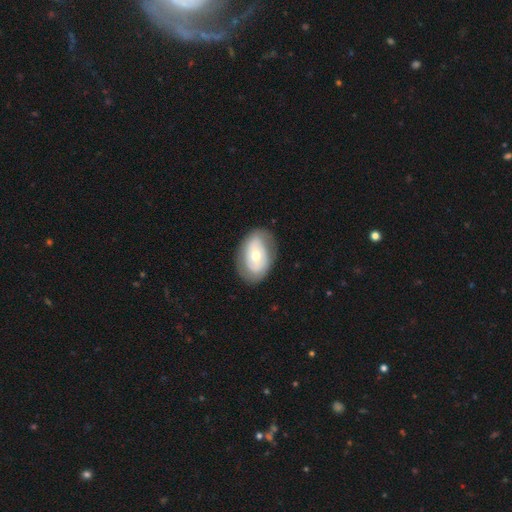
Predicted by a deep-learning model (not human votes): featured or disk 54%, smooth 41%, star or artifact 6%. Down the decision tree: edge-on disk — no (93%); bar — no (68%); spiral arms — no (54%); bulge size — moderate (66%); merging — none (77%).